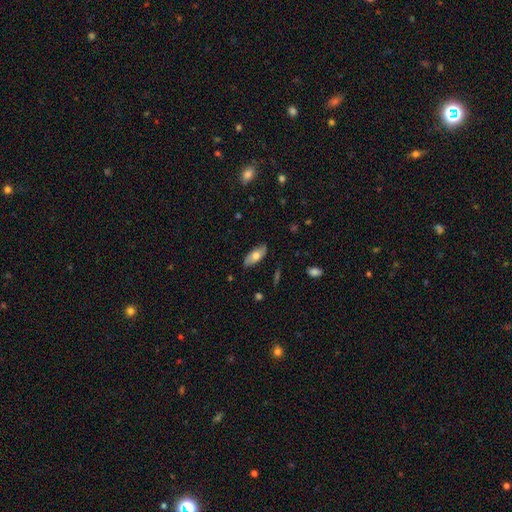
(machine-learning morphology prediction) smooth-or-featured: smooth: 66% | featured or disk: 28% | star or artifact: 7%
  how-rounded: in between: 85% | cigar-shaped: 13% | round: 3%
  merging: none: 82% | minor disturbance: 14% | major disturbance: 3% | merger: 1%